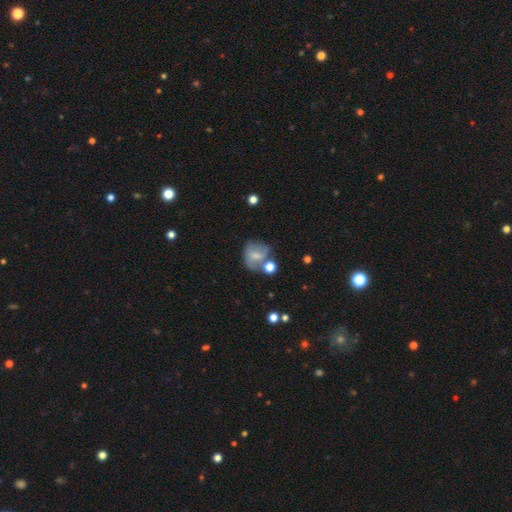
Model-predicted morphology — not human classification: The model was most divided on "smooth or featured": smooth: 52%, featured or disk: 37%, star or artifact: 11%. Remaining: how rounded — round (64%); merging — none (40%).